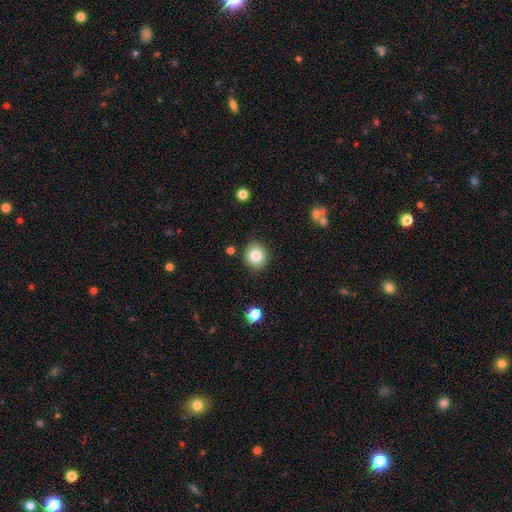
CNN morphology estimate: This is clearly a smooth galaxy (85%). How rounded: clearly round (86%). Merging: clearly none (87%).